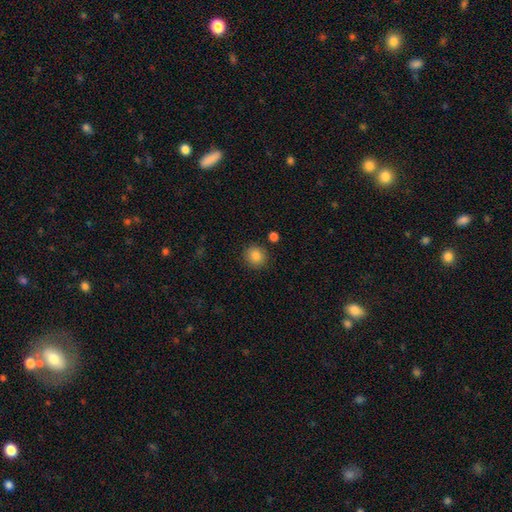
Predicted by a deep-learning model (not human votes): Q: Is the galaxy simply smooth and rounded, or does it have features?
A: smooth — 85%.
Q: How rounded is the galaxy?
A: round — 89%.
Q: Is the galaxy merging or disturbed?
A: none — 89%.